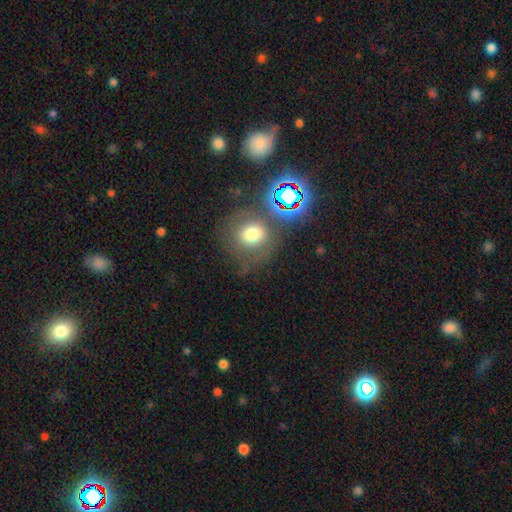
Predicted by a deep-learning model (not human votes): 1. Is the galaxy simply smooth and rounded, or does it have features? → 44% star or artifact, 39% smooth, 17% featured or disk.